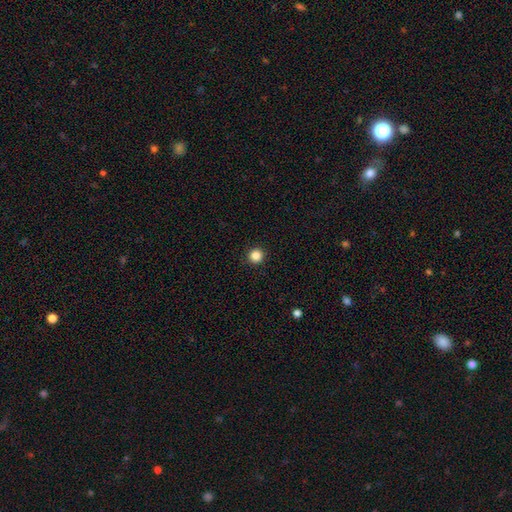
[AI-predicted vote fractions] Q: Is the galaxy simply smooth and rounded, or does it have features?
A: smooth — 85%.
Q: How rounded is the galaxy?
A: round — 95%.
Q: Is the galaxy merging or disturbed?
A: none — 93%.